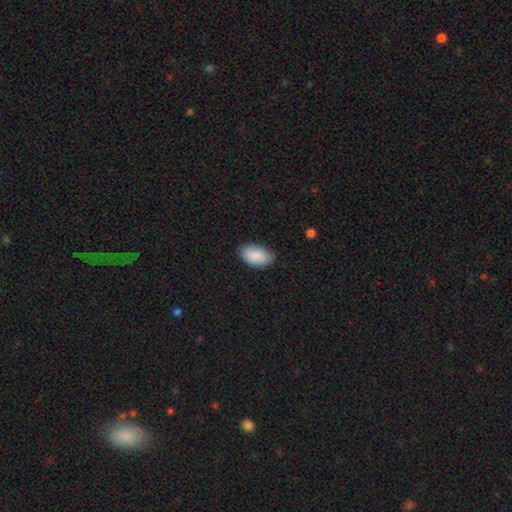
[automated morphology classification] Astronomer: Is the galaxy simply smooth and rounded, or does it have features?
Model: smooth — 90%.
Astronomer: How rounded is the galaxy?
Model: in between — 95%.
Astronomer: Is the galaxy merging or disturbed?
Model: none — 84%.